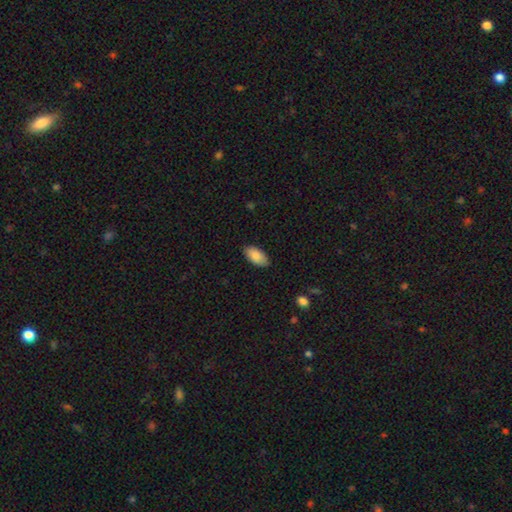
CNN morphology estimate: Smooth or featured?
  - smooth: 86% *
  - featured or disk: 7%
  - star or artifact: 6%
How rounded?
  - in between: 94% *
  - cigar-shaped: 3%
  - round: 2%
Merging?
  - none: 85% *
  - minor disturbance: 12%
  - major disturbance: 2%
  - merger: 1%